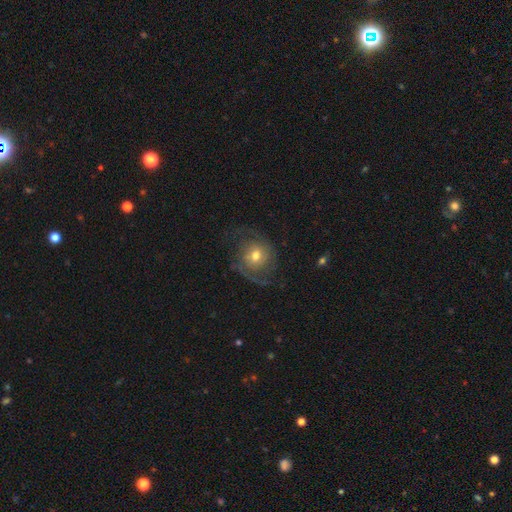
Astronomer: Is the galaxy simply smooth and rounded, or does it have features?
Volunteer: featured or disk — 68%.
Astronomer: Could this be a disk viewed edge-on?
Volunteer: no — 92%.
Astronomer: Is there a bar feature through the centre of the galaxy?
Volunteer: no — 88%.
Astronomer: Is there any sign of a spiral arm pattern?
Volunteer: yes — 75%.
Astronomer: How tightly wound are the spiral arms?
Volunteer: medium — 78%.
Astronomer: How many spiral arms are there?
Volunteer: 2 — 94%.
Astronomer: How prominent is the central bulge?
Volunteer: moderate — 83%.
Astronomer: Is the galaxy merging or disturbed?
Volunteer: none — 65%.